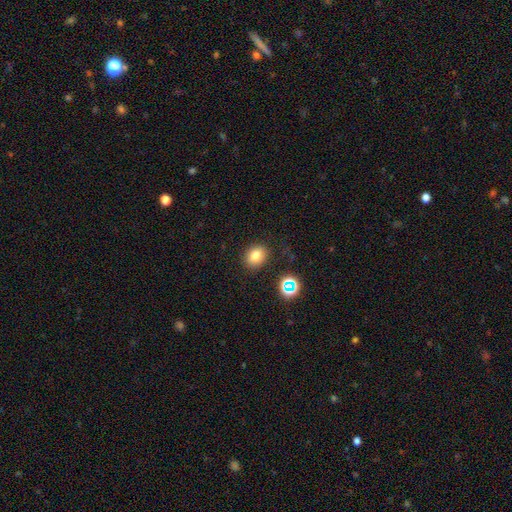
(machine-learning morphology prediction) type=smooth (78%); roundness=round (53%); merging=none (86%).